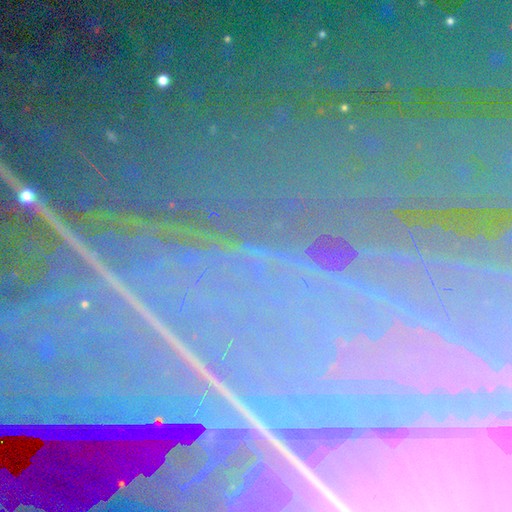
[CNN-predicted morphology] smooth_or_featured: star or artifact (p=0.87) [alt: featured or disk p=0.07]